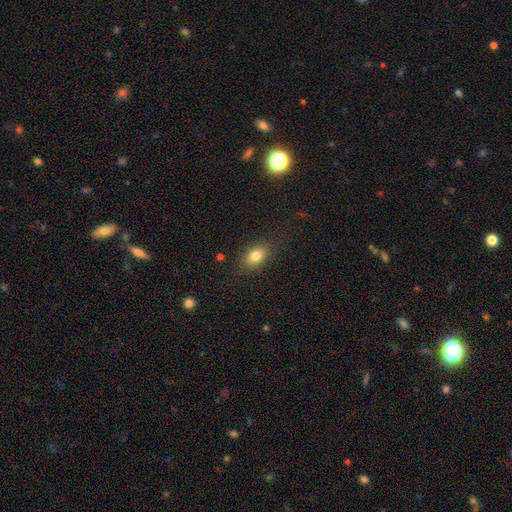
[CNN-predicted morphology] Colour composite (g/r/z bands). It shows a smooth galaxy with no disk features (82%) that is in between round and cigar-shaped (85%). Merging: none (84%).